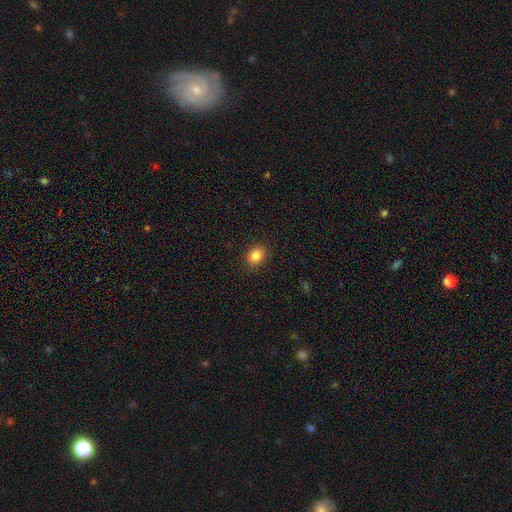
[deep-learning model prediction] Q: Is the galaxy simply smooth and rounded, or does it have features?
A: smooth — 84%.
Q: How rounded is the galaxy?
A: in between — 51%.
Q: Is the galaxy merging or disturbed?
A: none — 89%.